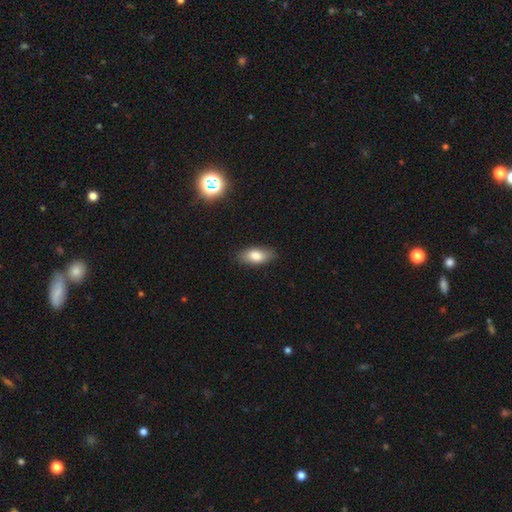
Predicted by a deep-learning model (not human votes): smooth 81%, featured or disk 11%, star or artifact 8%. Down the decision tree: how rounded — in between (88%); merging — none (85%).